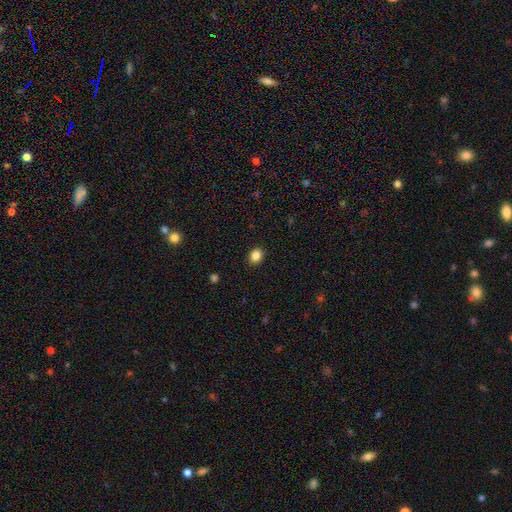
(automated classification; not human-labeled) smooth-or-featured: smooth: 85% | star or artifact: 11% | featured or disk: 4%
  how-rounded: round: 61% | in between: 38% | cigar-shaped: 1%
  merging: none: 91% | minor disturbance: 7% | major disturbance: 2% | merger: 1%